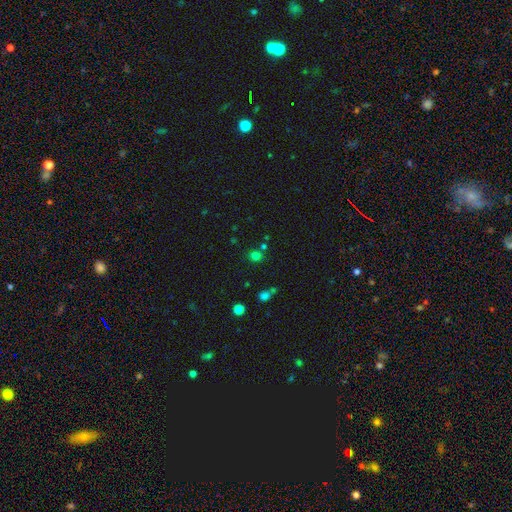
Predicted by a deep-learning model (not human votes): smooth_or_featured: smooth (p=0.71) [alt: star or artifact p=0.24]
how_rounded: round (p=0.82) [alt: in between p=0.17]
merging: none (p=0.75) [alt: merger p=0.13]